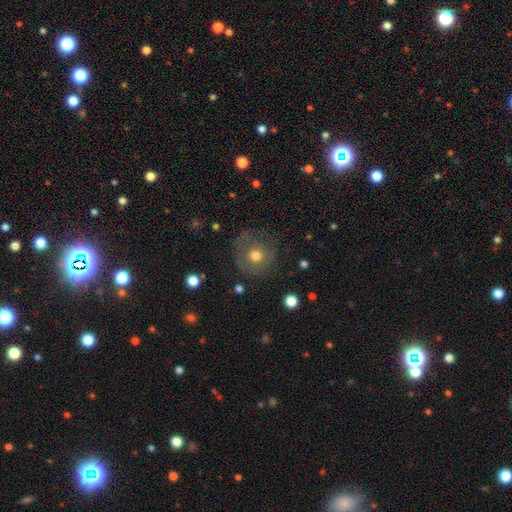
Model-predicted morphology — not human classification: Overall: smooth (63%; featured or disk 27%). How rounded: round (92%). Merging: none (72%).